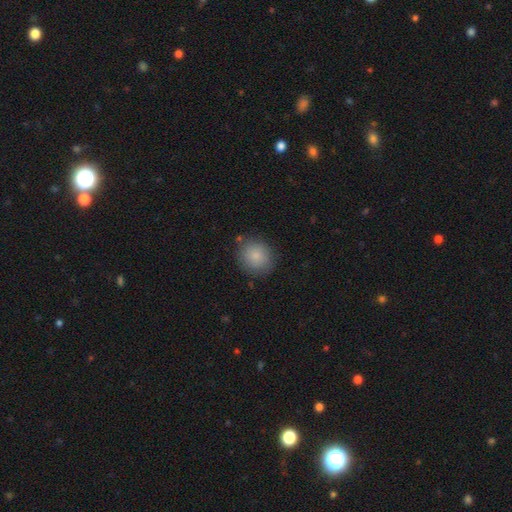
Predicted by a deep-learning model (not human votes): Smooth or featured?
  - smooth: 86% *
  - star or artifact: 8%
  - featured or disk: 6%
How rounded?
  - round: 83% *
  - in between: 16%
  - cigar-shaped: 1%
Merging?
  - none: 82% *
  - minor disturbance: 12%
  - major disturbance: 3%
  - merger: 2%